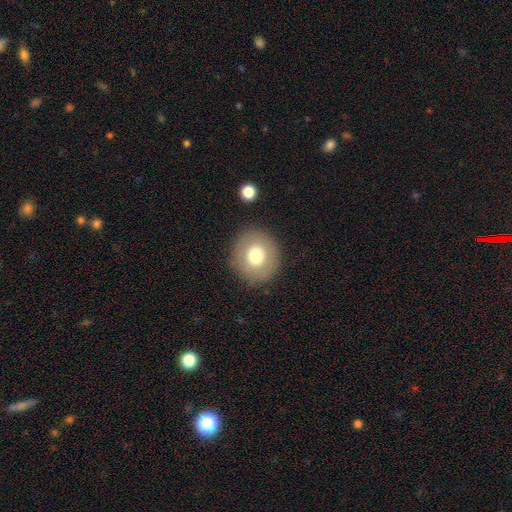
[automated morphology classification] Overall: smooth (70%). How rounded: round (88%). Merging: none (88%).